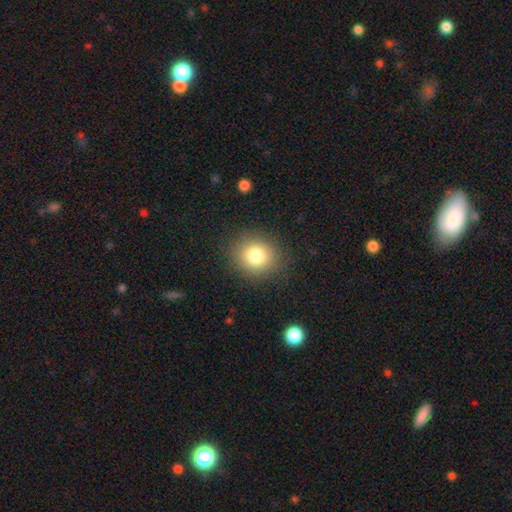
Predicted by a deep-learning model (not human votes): smooth 80%, star or artifact 11%, featured or disk 8%. Down the decision tree: how rounded — round (77%); merging — none (87%).